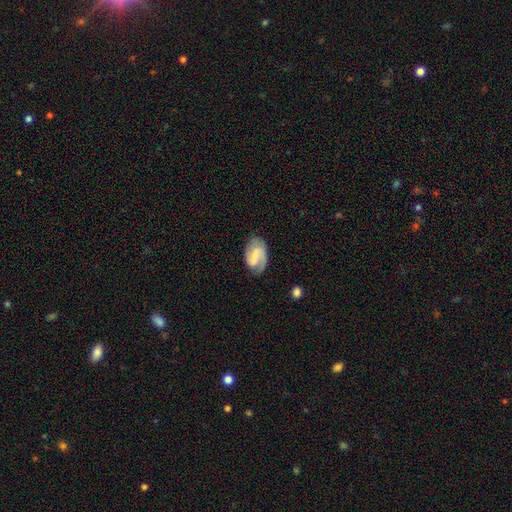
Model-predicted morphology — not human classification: The model was most divided on "spiral winding": medium: 47%, tight: 34%, loose: 19%. Remaining: edge-on disk — no (97%); spiral arms — yes (95%); spiral arm count — 2 (79%); smooth or featured — featured or disk (76%); merging — none (75%); bar — weak (51%); bulge size — small (44%).